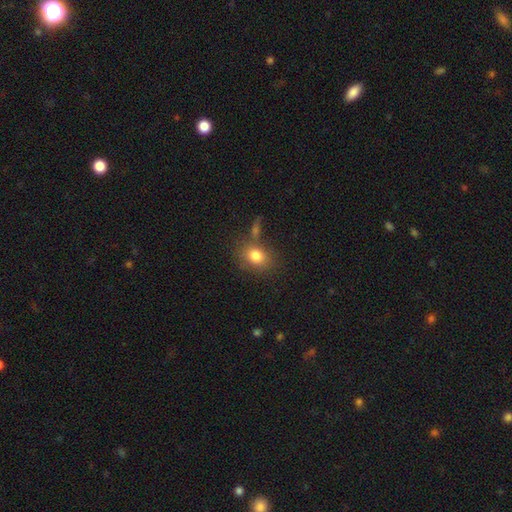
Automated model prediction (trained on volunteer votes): Smooth or featured: smooth — 80% (star or artifact — 10%)
How rounded: in between — 50% (round — 48%)
Merging: none — 67% (minor disturbance — 14%)